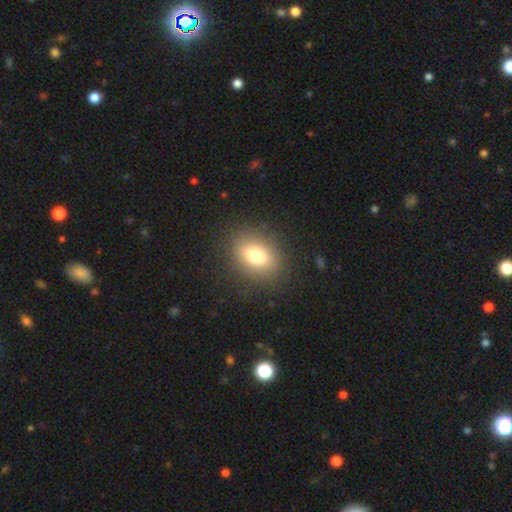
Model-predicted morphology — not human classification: Overall: smooth (76%). How rounded: in between (59%; round 39%). Merging: none (86%).